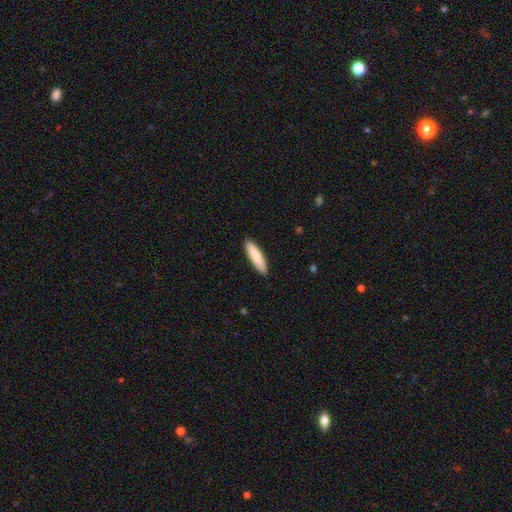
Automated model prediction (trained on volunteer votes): Smooth or featured? smooth (84%)
How rounded? cigar-shaped (75%)
Merging? none (90%)